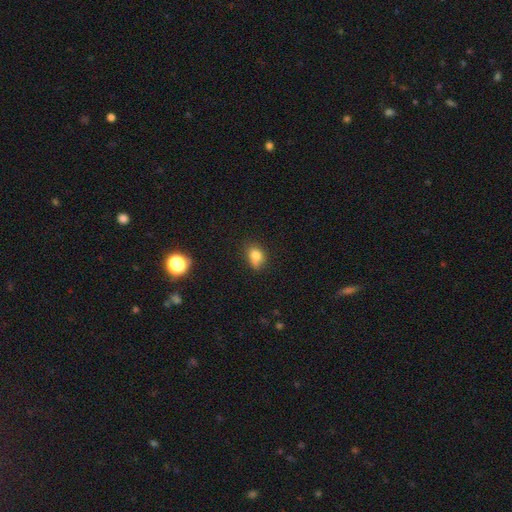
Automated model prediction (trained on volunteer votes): This is likely a smooth galaxy (79%). How rounded: likely in between (66%). Merging: possibly none (58%).